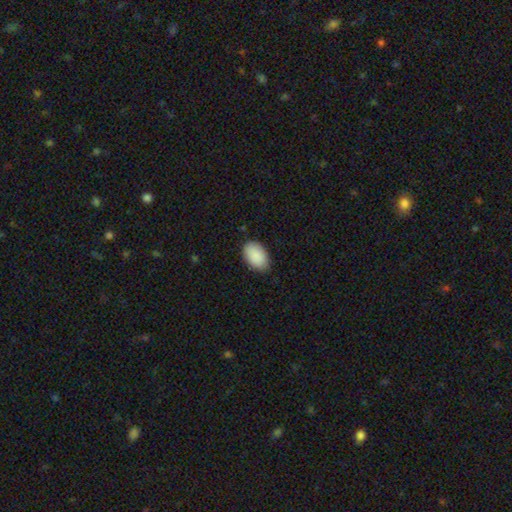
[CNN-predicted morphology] Smooth or featured?
  - smooth: 90% *
  - star or artifact: 6%
  - featured or disk: 4%
How rounded?
  - in between: 92% *
  - round: 7%
  - cigar-shaped: 1%
Merging?
  - none: 83% *
  - minor disturbance: 13%
  - major disturbance: 2%
  - merger: 1%